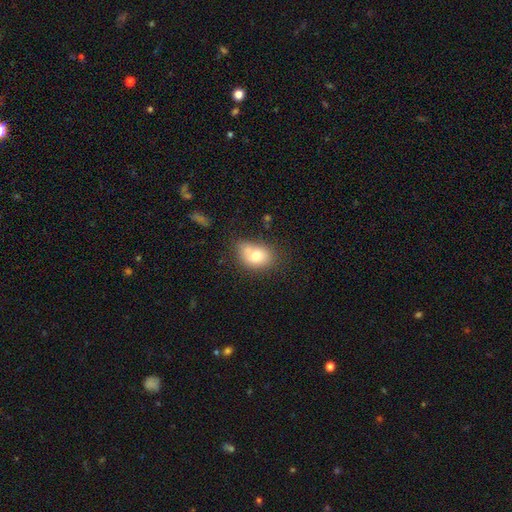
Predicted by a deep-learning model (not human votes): Smooth or featured? Predicted: smooth (p=0.75). How rounded? Predicted: in between (p=0.74). Merging? Predicted: none (p=0.51).